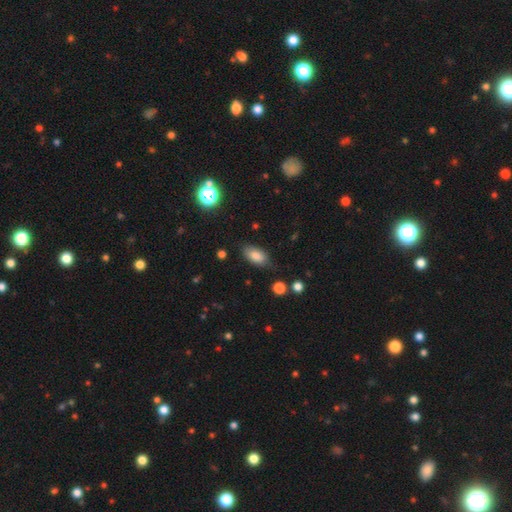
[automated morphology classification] The model was most divided on "merging": none: 74%, minor disturbance: 20%, major disturbance: 4%, merger: 2%. More confident: how rounded — in between (90%); smooth or featured — smooth (81%).